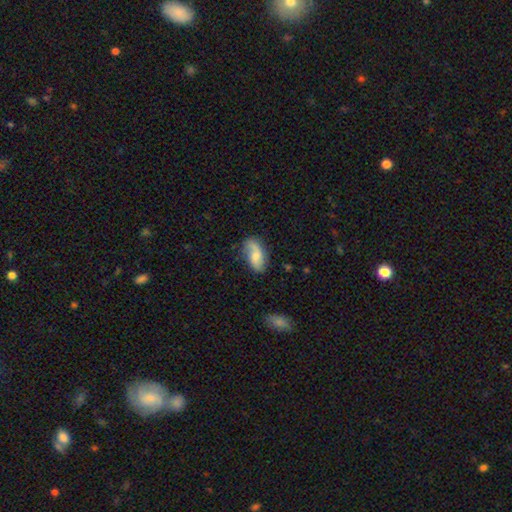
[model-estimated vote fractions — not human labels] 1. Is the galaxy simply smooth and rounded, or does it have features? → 53% featured or disk, 40% smooth, 7% star or artifact.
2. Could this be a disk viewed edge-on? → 94% no, 6% yes.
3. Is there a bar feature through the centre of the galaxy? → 56% no, 36% weak, 8% strong.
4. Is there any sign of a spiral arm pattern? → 89% yes, 11% no.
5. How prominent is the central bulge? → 46% moderate, 38% small, 8% none, 6% large, 1% dominant.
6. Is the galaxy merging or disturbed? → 69% none, 21% minor disturbance, 7% major disturbance, 2% merger.